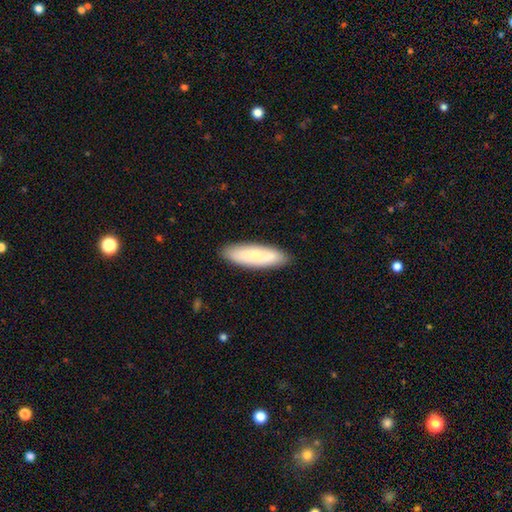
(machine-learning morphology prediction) Smooth or featured? smooth (70%)
How rounded? cigar-shaped (53%)
Merging? none (87%)